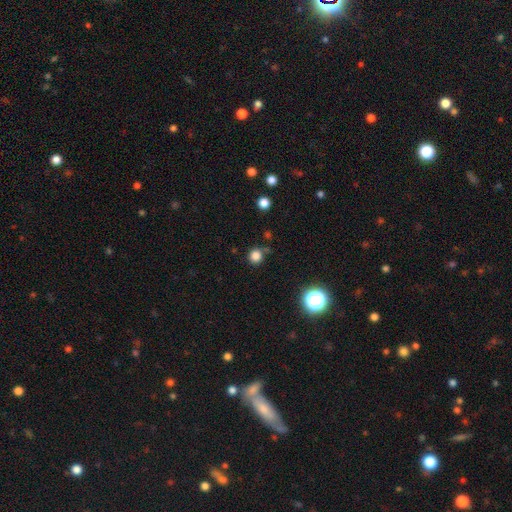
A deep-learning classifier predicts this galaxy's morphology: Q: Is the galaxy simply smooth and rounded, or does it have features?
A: smooth — 81%.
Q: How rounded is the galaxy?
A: round — 91%.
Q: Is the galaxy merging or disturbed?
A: none — 78%.